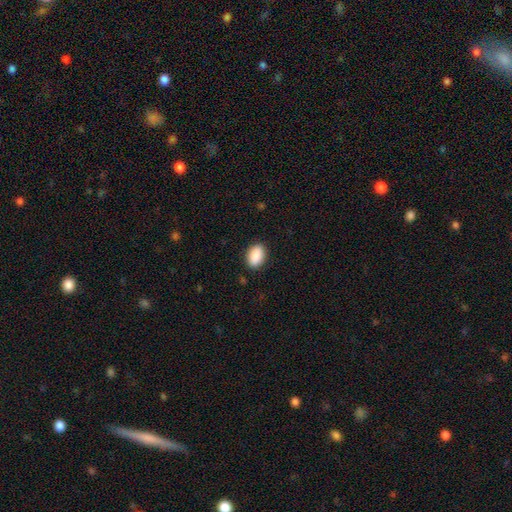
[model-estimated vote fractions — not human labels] Overall: smooth (90%). How rounded: in between (89%). Merging: none (89%).